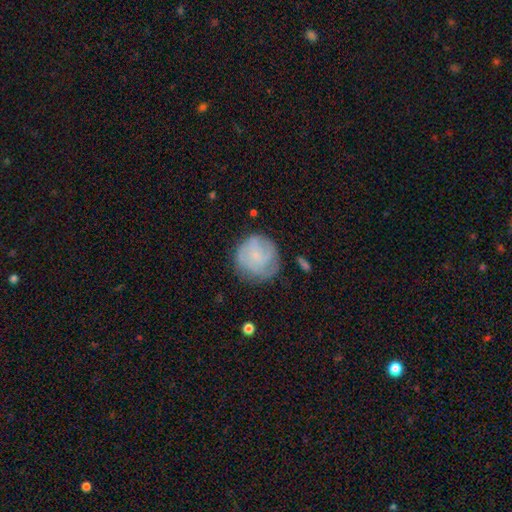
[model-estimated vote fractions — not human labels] Smooth or featured?
  - featured or disk: 48% *
  - smooth: 45%
  - star or artifact: 7%
Merging?
  - none: 67% *
  - minor disturbance: 22%
  - major disturbance: 9%
  - merger: 2%